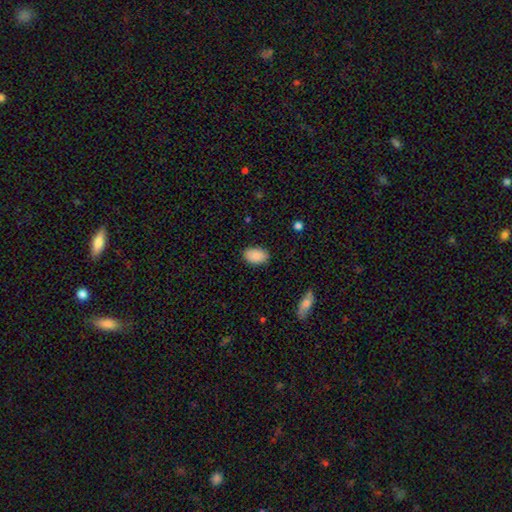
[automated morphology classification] Smooth or featured?
  - smooth: 87% *
  - star or artifact: 7%
  - featured or disk: 6%
How rounded?
  - in between: 90% *
  - round: 9%
  - cigar-shaped: 1%
Merging?
  - none: 84% *
  - minor disturbance: 13%
  - major disturbance: 3%
  - merger: 1%